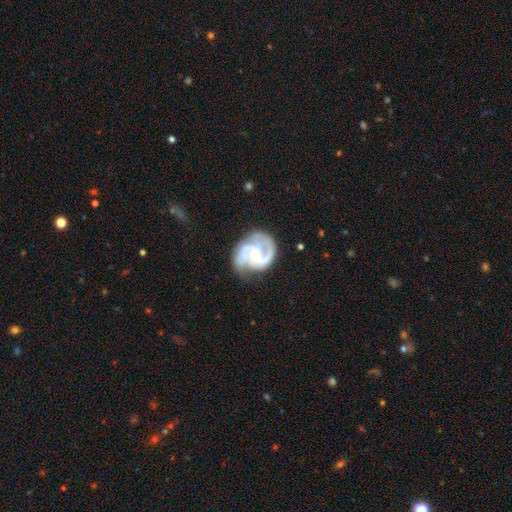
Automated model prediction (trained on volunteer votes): This appears to be a featured or disk galaxy (88%) with no bar (56%), 2 (72%) medium (54%) spiral arms (97%) and a small central bulge (66%). Merging: none (65%).